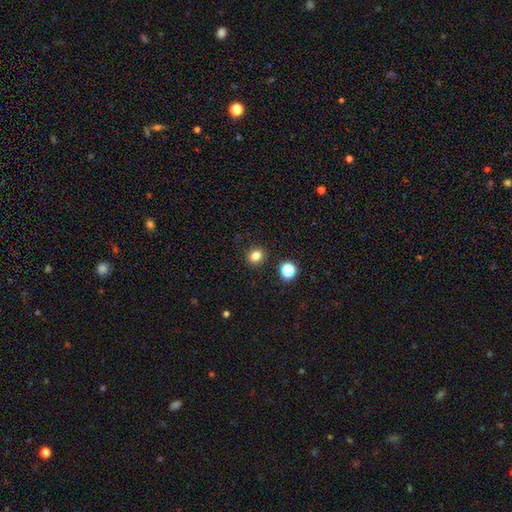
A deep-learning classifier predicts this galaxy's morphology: Smooth or featured? smooth (80%)
How rounded? round (75%)
Merging? none (89%)